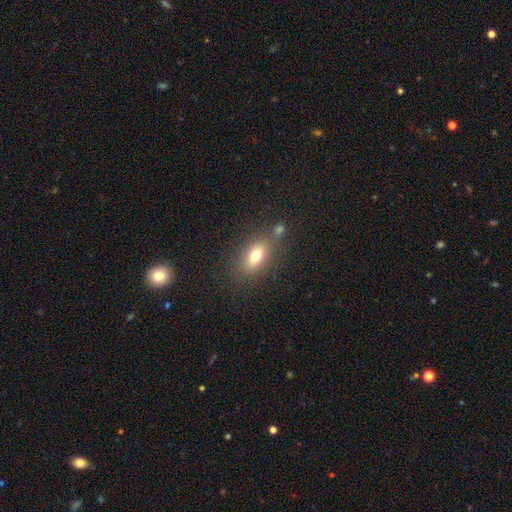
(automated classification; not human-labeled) Smooth or featured? smooth (74%)
How rounded? in between (82%)
Merging? none (72%)